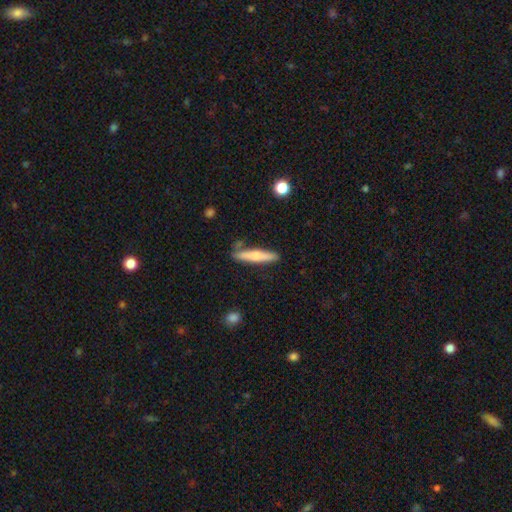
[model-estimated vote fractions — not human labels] The model was most divided on "smooth or featured": smooth: 63%, featured or disk: 31%, star or artifact: 6%. More confident: how rounded — cigar-shaped (91%); merging — none (80%).